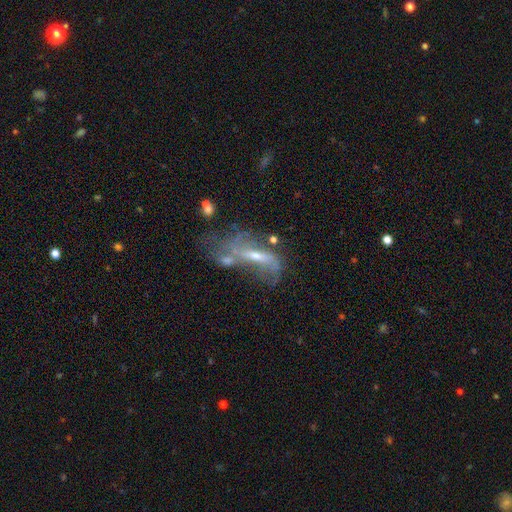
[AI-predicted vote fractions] This appears to be a featured or disk galaxy (71%) with a weak bar (38%), spiral arms (67%) and a small central bulge (52%). Merging: none (32%).